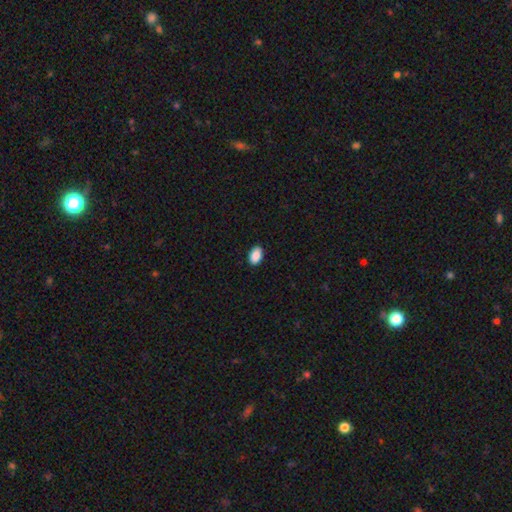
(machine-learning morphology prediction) Smooth or featured? Predicted: smooth (p=0.89). How rounded? Predicted: in between (p=0.91). Merging? Predicted: none (p=0.90).